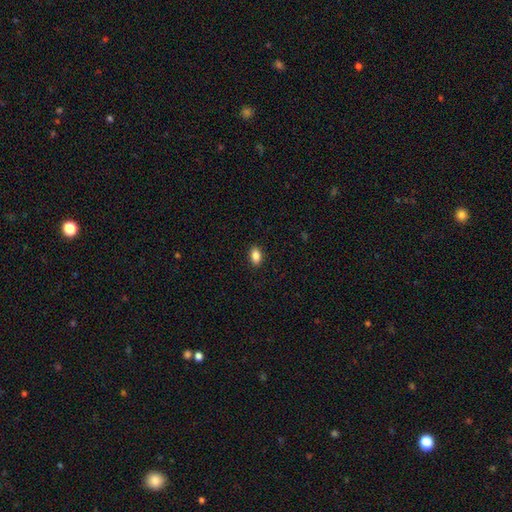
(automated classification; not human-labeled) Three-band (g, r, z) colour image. It shows a smooth galaxy with no disk features (87%) that is in between round and cigar-shaped (87%). Merging: none (90%).